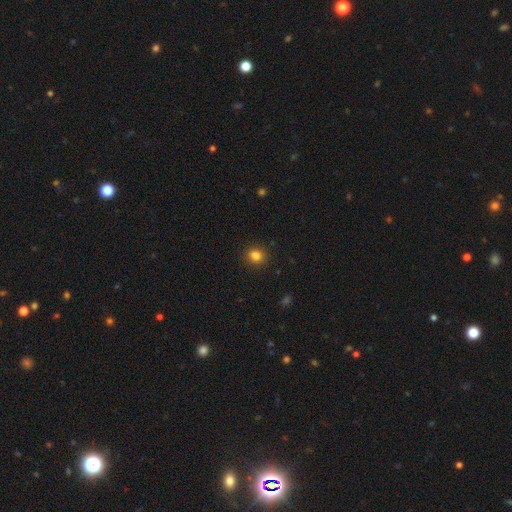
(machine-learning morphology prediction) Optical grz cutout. It shows a smooth galaxy with no disk features (83%) that is round (66%). Merging: none (89%).